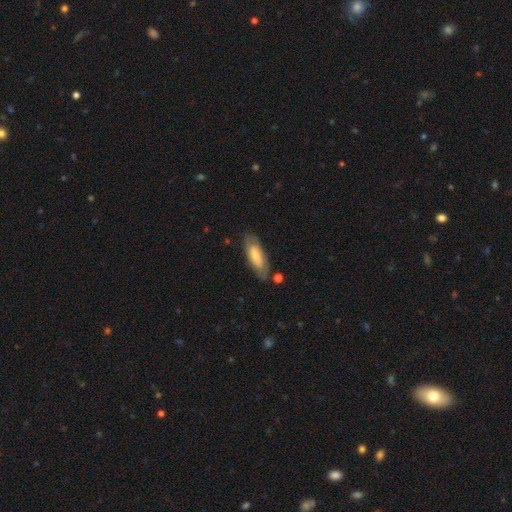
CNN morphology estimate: smooth 56%, featured or disk 38%, star or artifact 6%. Down the decision tree: how rounded — in between (69%); merging — none (74%).